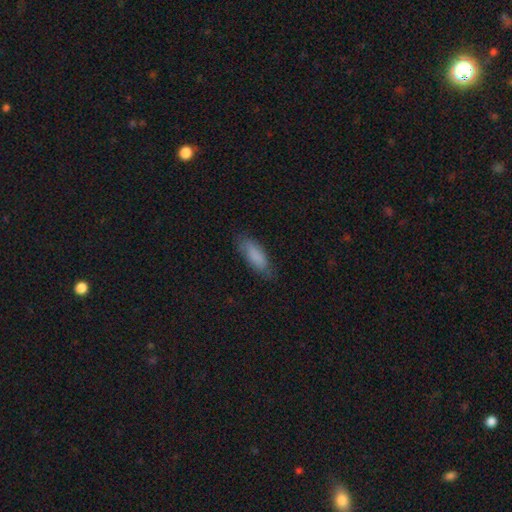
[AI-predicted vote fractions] Overall: smooth (84%). How rounded: in between (67%; cigar-shaped 31%). Merging: none (75%).